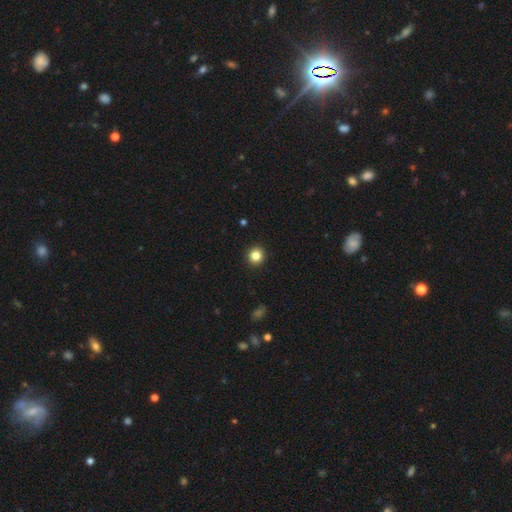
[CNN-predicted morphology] Smooth or featured?
  - smooth: 83% *
  - star or artifact: 12%
  - featured or disk: 5%
How rounded?
  - round: 93% *
  - in between: 6%
  - cigar-shaped: 1%
Merging?
  - none: 93% *
  - minor disturbance: 4%
  - major disturbance: 1%
  - merger: 1%